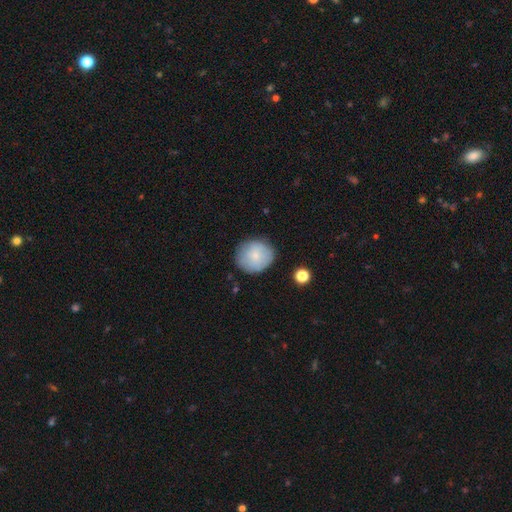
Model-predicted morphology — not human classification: Smooth or featured? Predicted: smooth (p=0.78). How rounded? Predicted: round (p=0.83). Merging? Predicted: none (p=0.81).